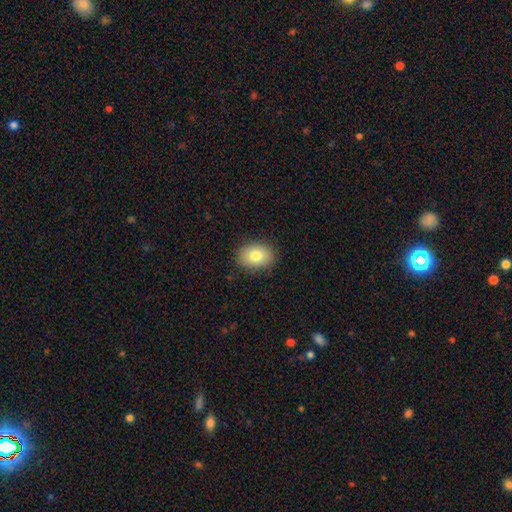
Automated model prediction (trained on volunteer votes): A smooth galaxy with no disk features (80%) that is in between round and cigar-shaped (73%). Merging: none (86%).